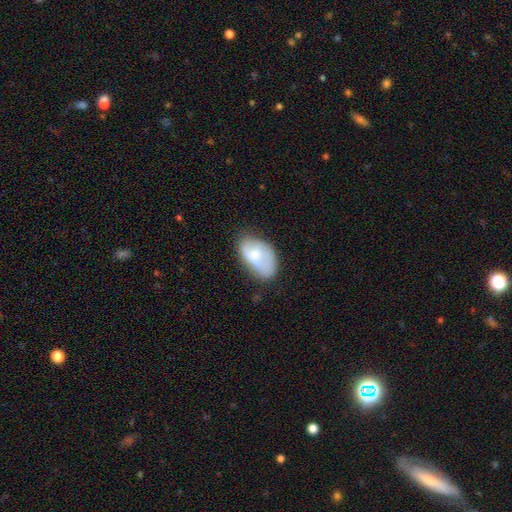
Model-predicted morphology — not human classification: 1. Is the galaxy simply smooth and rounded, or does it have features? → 59% smooth, 34% featured or disk, 7% star or artifact.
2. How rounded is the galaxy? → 92% in between, 6% round, 2% cigar-shaped.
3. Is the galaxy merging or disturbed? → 52% none, 32% minor disturbance, 13% major disturbance, 3% merger.